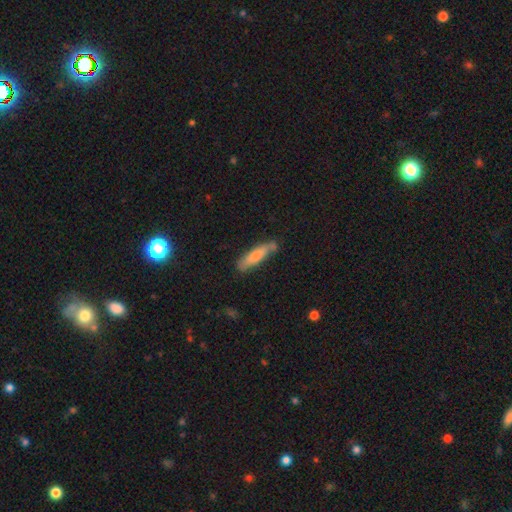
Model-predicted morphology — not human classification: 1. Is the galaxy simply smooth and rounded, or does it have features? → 77% smooth, 17% featured or disk, 6% star or artifact.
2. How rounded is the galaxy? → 79% cigar-shaped, 20% in between, 1% round.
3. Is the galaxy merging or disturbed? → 69% none, 22% minor disturbance, 5% merger, 4% major disturbance.